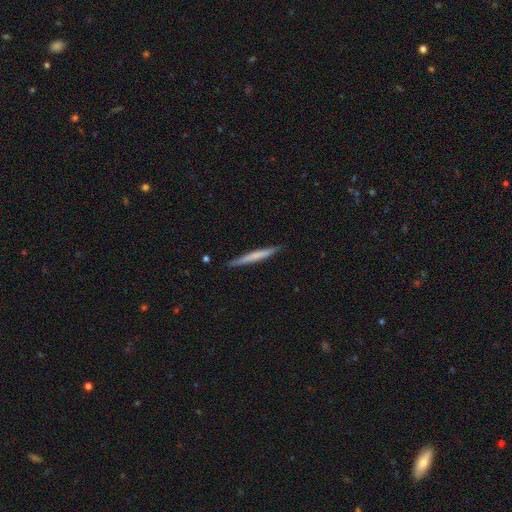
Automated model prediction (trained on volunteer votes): Smooth or featured?
  - smooth: 60% *
  - featured or disk: 35%
  - star or artifact: 5%
How rounded?
  - cigar-shaped: 96% *
  - in between: 2%
  - round: 1%
Merging?
  - none: 88% *
  - minor disturbance: 9%
  - major disturbance: 2%
  - merger: 1%